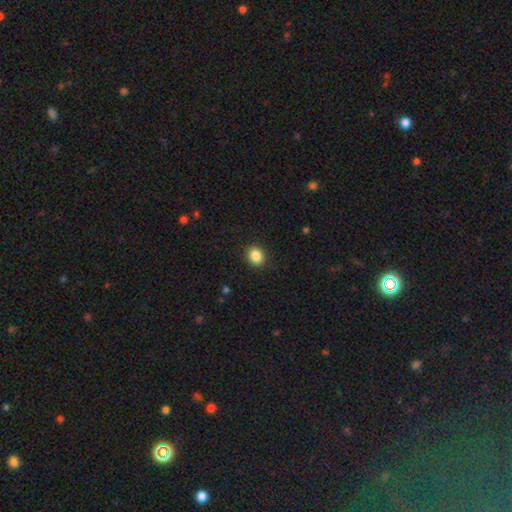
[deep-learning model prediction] This is clearly a smooth galaxy (86%). How rounded: likely round (61%). Merging: clearly none (89%).